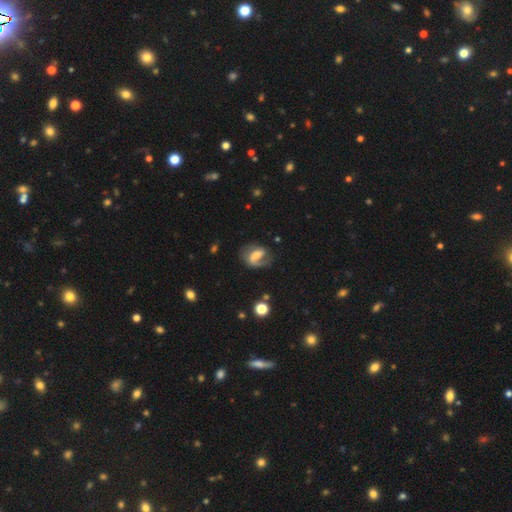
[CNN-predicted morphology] The model was most divided on "bar": weak: 41%, strong: 38%, no: 21%. Remaining: edge-on disk — no (95%); spiral arms — yes (82%); smooth or featured — featured or disk (63%); merging — none (55%); bulge size — moderate (40%).